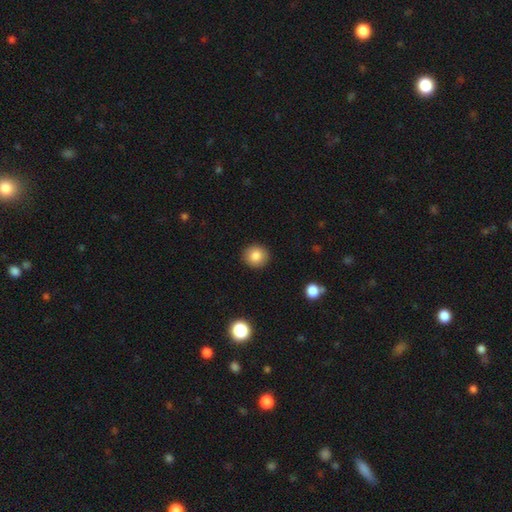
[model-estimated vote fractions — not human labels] A smooth galaxy with no disk features (84%) that is round (89%). Merging: none (91%).